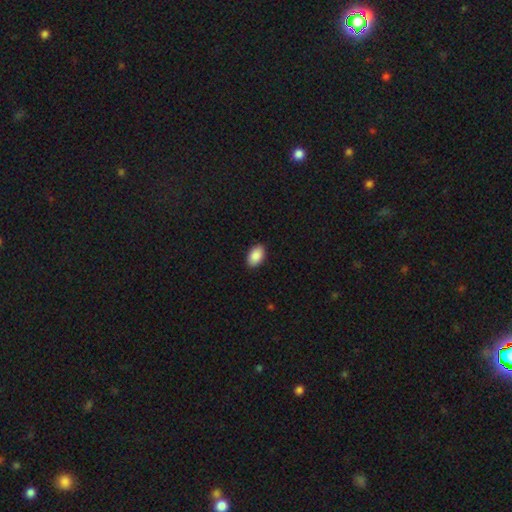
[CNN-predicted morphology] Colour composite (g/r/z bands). It shows a smooth galaxy with no disk features (90%) that is in between round and cigar-shaped (93%). Merging: none (90%).